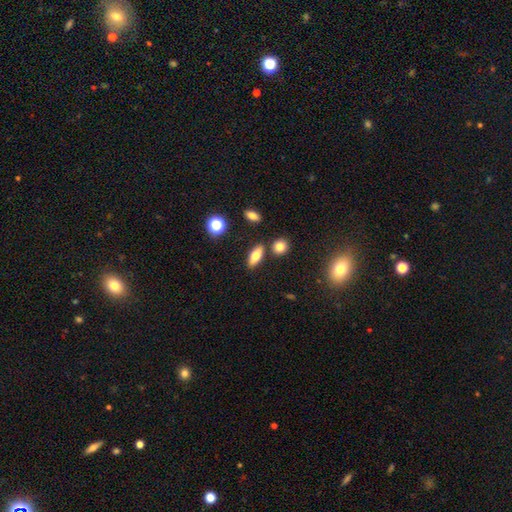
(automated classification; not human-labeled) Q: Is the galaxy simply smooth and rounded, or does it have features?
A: smooth — 69%.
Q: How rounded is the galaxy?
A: in between — 70%.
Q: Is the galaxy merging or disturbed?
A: none — 81%.